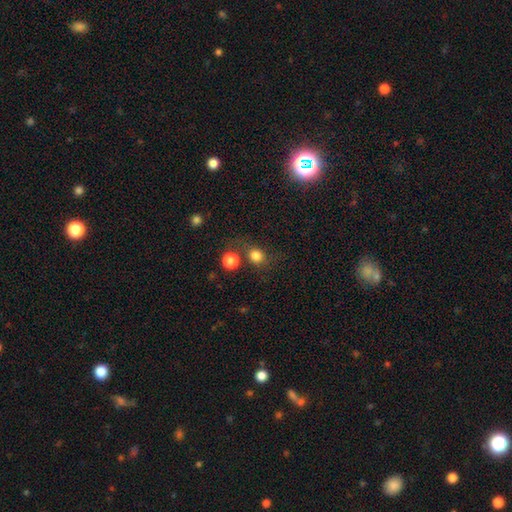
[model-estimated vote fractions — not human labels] The model was most divided on "merging": none: 62%, merger: 20%, minor disturbance: 12%, major disturbance: 7%. More confident: how rounded — round (80%); smooth or featured — smooth (80%).